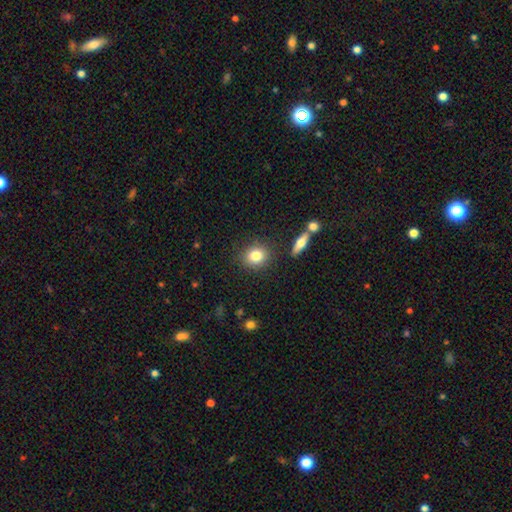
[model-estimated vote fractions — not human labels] Smooth or featured?
  - smooth: 81% *
  - featured or disk: 10%
  - star or artifact: 9%
How rounded?
  - round: 69% *
  - in between: 30%
  - cigar-shaped: 2%
Merging?
  - none: 85% *
  - minor disturbance: 8%
  - merger: 4%
  - major disturbance: 3%